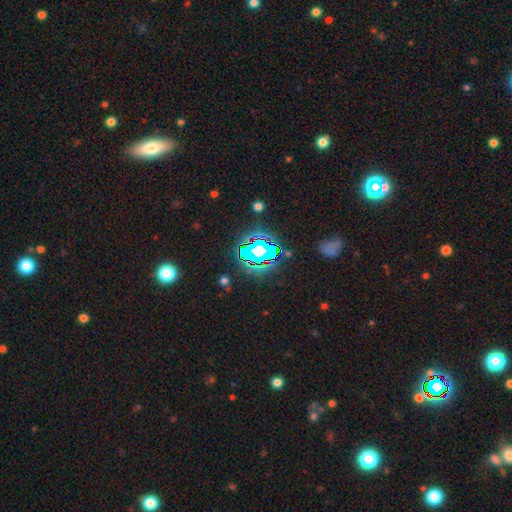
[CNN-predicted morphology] smooth_or_featured: star or artifact (p=0.78) [alt: smooth p=0.12]